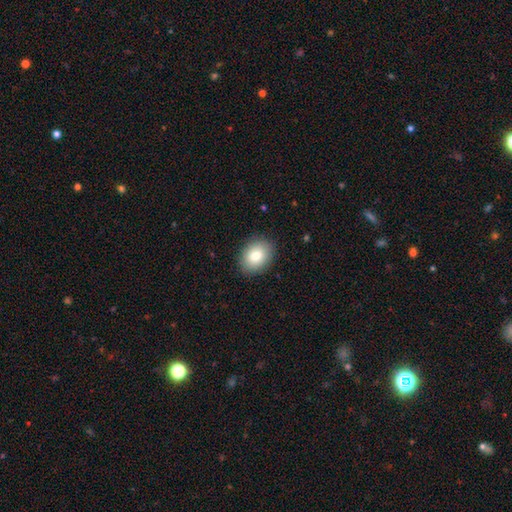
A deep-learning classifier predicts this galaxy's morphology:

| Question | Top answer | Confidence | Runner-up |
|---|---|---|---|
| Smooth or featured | smooth | 82% | featured or disk (10%) |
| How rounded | in between | 64% | round (35%) |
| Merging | none | 88% | minor disturbance (9%) |